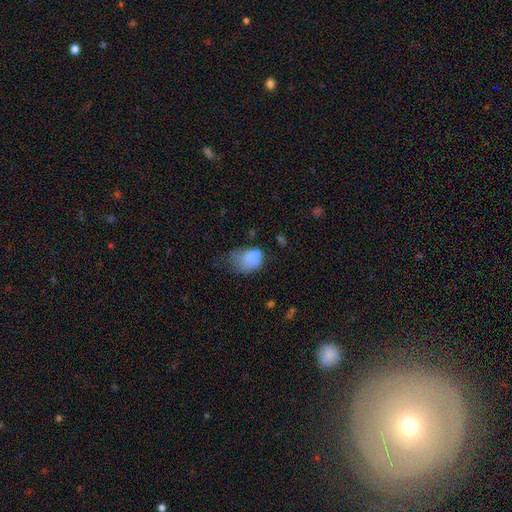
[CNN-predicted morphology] smooth 67%, featured or disk 22%, star or artifact 11%. Down the decision tree: how rounded — in between (65%); merging — major disturbance (35%).